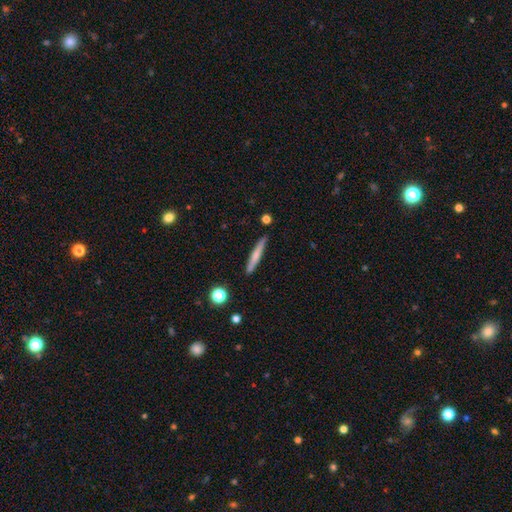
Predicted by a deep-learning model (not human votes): This appears to be a smooth galaxy with no disk features (59%) that is cigar-shaped (95%). Merging: none (89%).